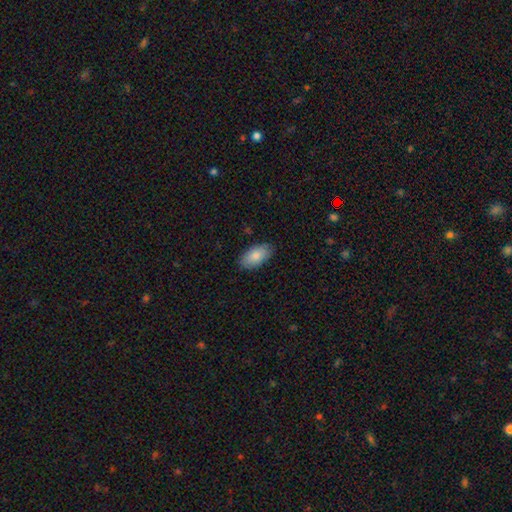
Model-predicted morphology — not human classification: This appears to be a smooth galaxy with no disk features (85%) that is in between round and cigar-shaped (94%). Merging: none (85%).